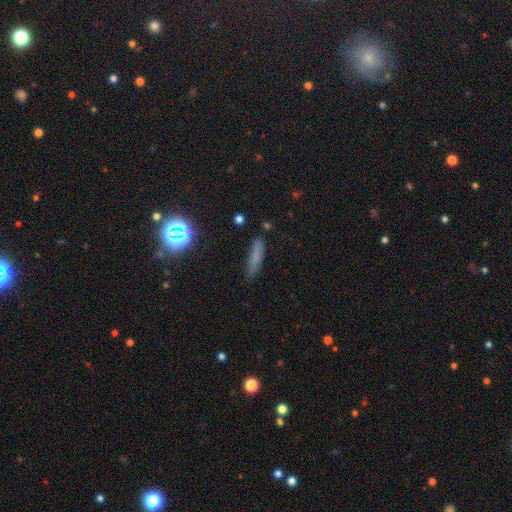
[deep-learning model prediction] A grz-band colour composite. It shows a smooth galaxy with no disk features (68%) that is cigar-shaped (80%). Merging: none (77%).